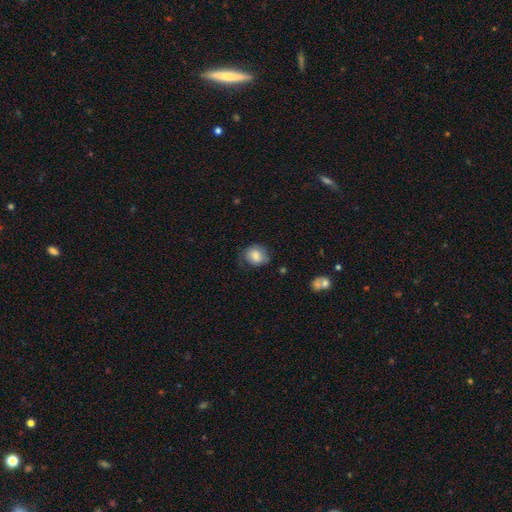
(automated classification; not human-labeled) Q: Smooth or featured?
A: smooth (72%); runner-up: featured or disk (20%)
Q: How rounded?
A: round (60%); runner-up: in between (39%)
Q: Merging?
A: none (59%); runner-up: minor disturbance (28%)